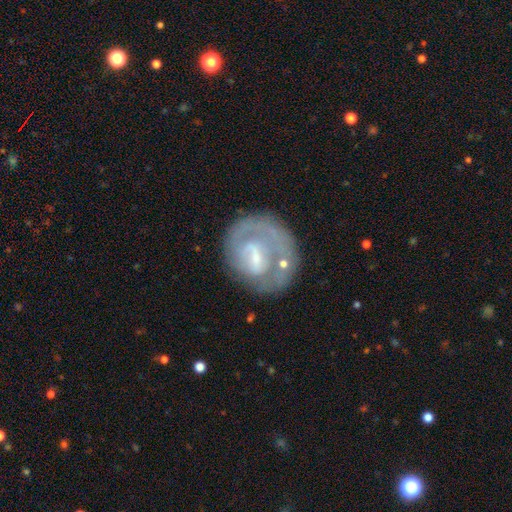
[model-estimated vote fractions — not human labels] The model was most divided on "spiral arms": yes: 51%, no: 49%. Remaining: edge-on disk — no (96%); smooth or featured — featured or disk (63%); merging — none (55%); bulge size — small (47%); bar — weak (44%).